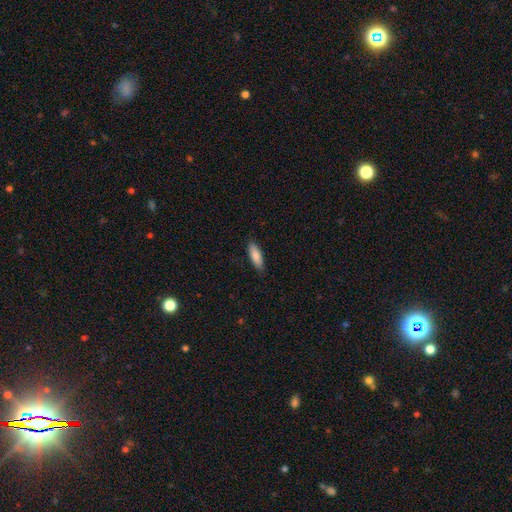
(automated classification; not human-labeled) This is clearly a smooth galaxy (86%). How rounded: possibly in between (59%). Merging: clearly none (87%).